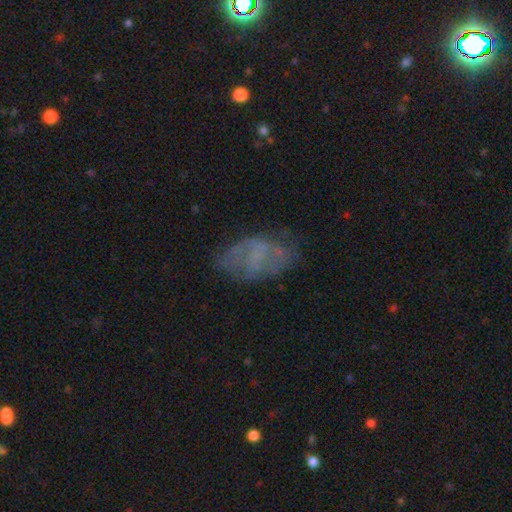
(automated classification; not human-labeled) Morphology: type=featured or disk (51%); edge-on=no (96%); merging=none (57%).